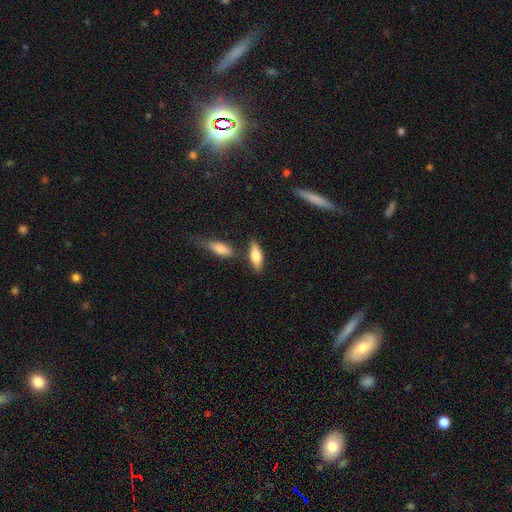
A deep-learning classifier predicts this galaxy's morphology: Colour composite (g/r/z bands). It shows a smooth galaxy with no disk features (63%) that is in between round and cigar-shaped (62%). Merging: none (74%).